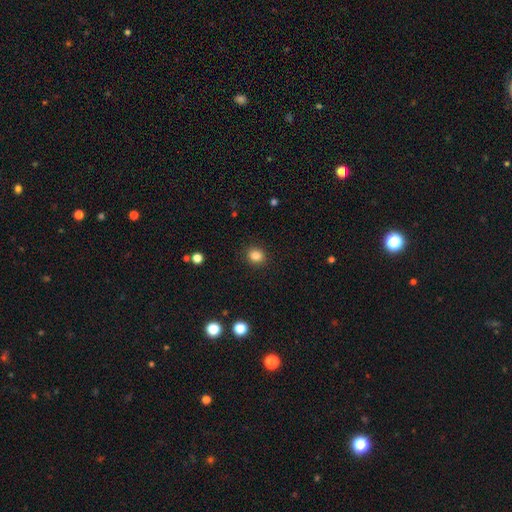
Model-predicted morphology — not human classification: smooth 85%, star or artifact 11%, featured or disk 4%. Down the decision tree: how rounded — round (76%); merging — none (90%).